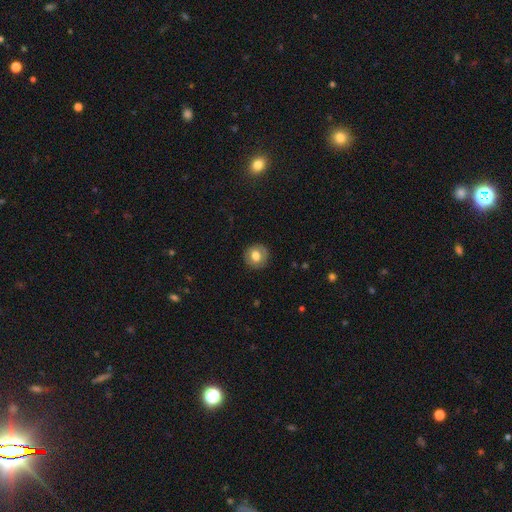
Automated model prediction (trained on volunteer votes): smooth 72%, featured or disk 20%, star or artifact 8%. Down the decision tree: how rounded — round (91%); merging — none (89%).